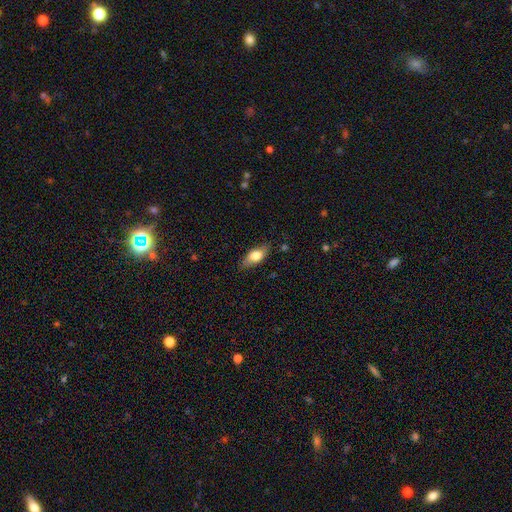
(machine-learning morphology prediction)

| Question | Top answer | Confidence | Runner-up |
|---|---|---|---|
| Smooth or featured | smooth | 71% | featured or disk (22%) |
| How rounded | in between | 83% | cigar-shaped (13%) |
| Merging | none | 80% | minor disturbance (16%) |